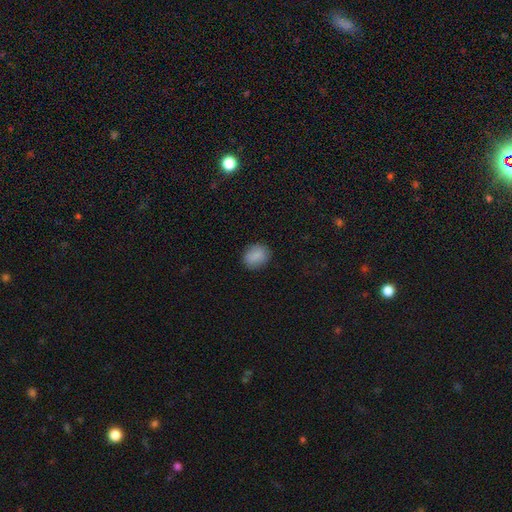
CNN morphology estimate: Q: Smooth or featured?
A: smooth (87%); runner-up: star or artifact (8%)
Q: How rounded?
A: round (50%); runner-up: in between (48%)
Q: Merging?
A: none (87%); runner-up: minor disturbance (10%)